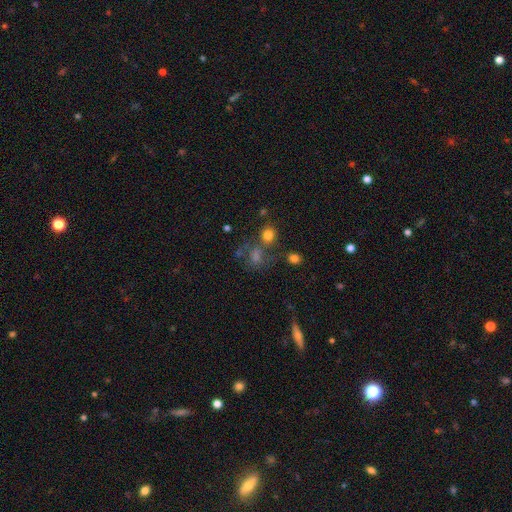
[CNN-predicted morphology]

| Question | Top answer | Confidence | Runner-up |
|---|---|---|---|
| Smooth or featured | smooth | 42% | star or artifact (35%) |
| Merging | none | 56% | merger (21%) |